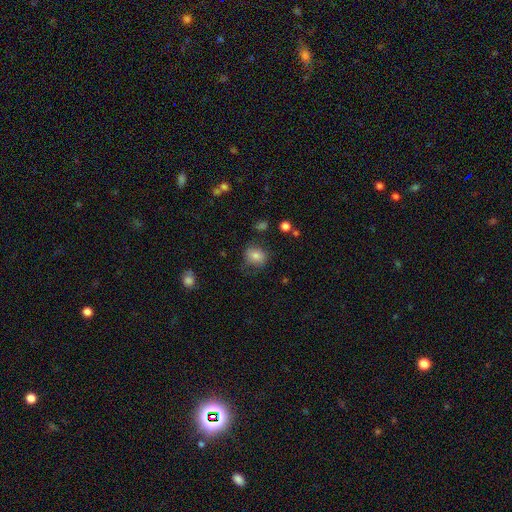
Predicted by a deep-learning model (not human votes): Smooth or featured?
  - smooth: 78% *
  - featured or disk: 12%
  - star or artifact: 11%
How rounded?
  - round: 65% *
  - in between: 34%
  - cigar-shaped: 1%
Merging?
  - none: 70% *
  - minor disturbance: 20%
  - major disturbance: 8%
  - merger: 2%